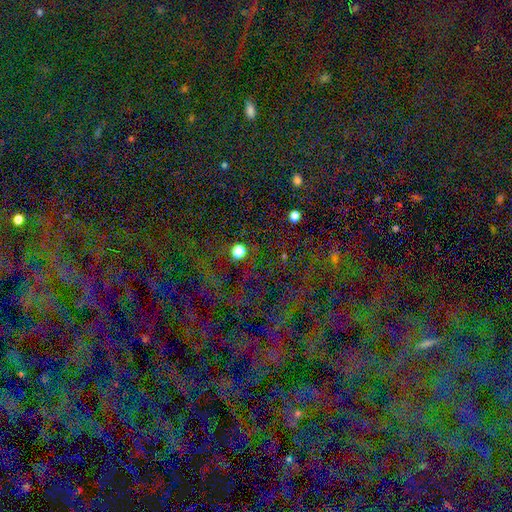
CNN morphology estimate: Q: Smooth or featured?
A: star or artifact (76%); runner-up: smooth (15%)